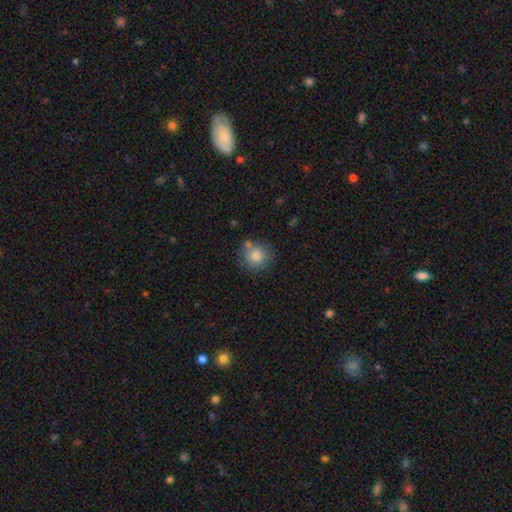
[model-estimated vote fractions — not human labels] smooth_or_featured: smooth (p=0.82) [alt: star or artifact p=0.10]
how_rounded: round (p=0.90) [alt: in between p=0.10]
merging: none (p=0.71) [alt: minor disturbance p=0.13]